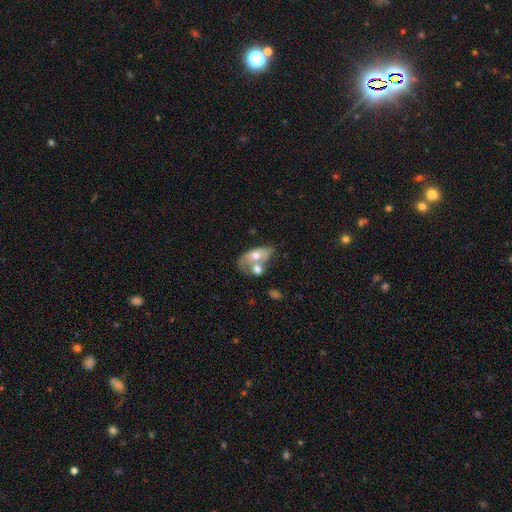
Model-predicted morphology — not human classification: Smooth or featured? smooth (50%)
How rounded? in between (86%)
Merging? merger (55%)